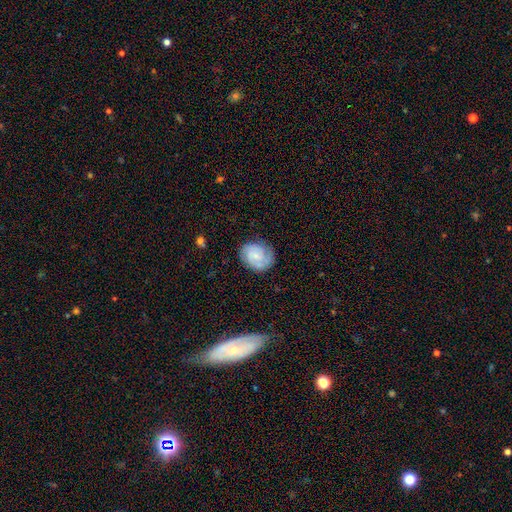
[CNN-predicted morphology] Smooth or featured?
  - featured or disk: 56% *
  - smooth: 36%
  - star or artifact: 8%
Edge-on disk?
  - no: 98% *
  - yes: 2%
Bar?
  - no: 59% *
  - weak: 35%
  - strong: 6%
Spiral arms?
  - yes: 89% *
  - no: 11%
Bulge size?
  - small: 62% *
  - moderate: 20%
  - none: 15%
  - large: 2%
  - dominant: 1%
Merging?
  - none: 74% *
  - minor disturbance: 18%
  - major disturbance: 6%
  - merger: 1%